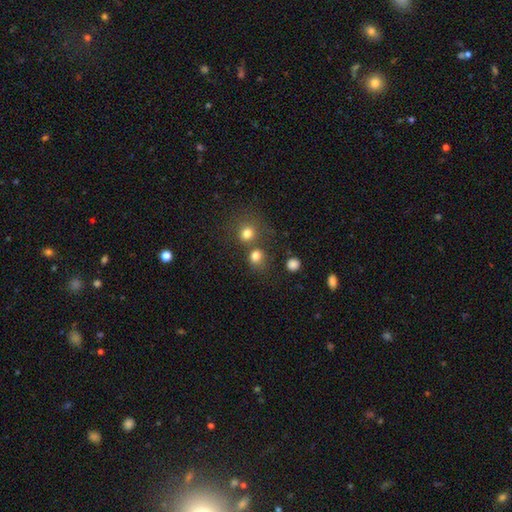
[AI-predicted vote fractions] Overall: smooth (78%). How rounded: round (78%). Merging: none (56%; merger 28%).